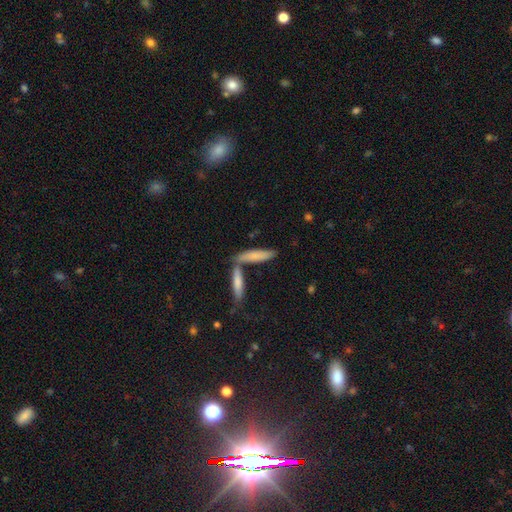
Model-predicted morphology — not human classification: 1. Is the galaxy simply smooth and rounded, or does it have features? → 75% smooth, 19% featured or disk, 7% star or artifact.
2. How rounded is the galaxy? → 74% cigar-shaped, 25% in between, 2% round.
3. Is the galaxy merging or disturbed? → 53% none, 32% merger, 11% minor disturbance, 4% major disturbance.